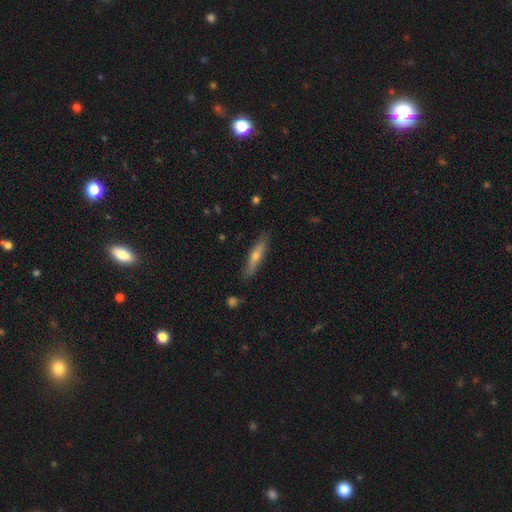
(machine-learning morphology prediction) Smooth or featured? Predicted: smooth (p=0.48). Merging? Predicted: none (p=0.86).